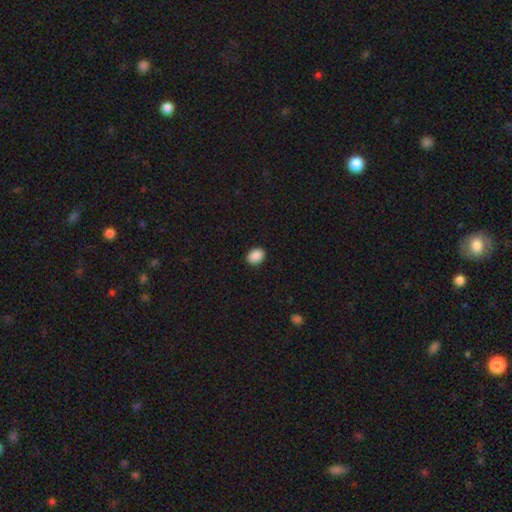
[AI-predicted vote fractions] A smooth galaxy with no disk features (90%) that is in between round and cigar-shaped (73%). Merging: none (90%).